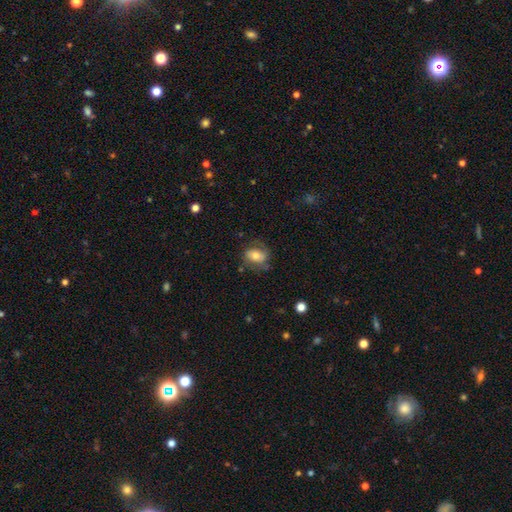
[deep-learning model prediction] Smooth or featured: smooth — 56% (featured or disk — 36%)
How rounded: in between — 70% (round — 28%)
Merging: none — 62% (minor disturbance — 23%)